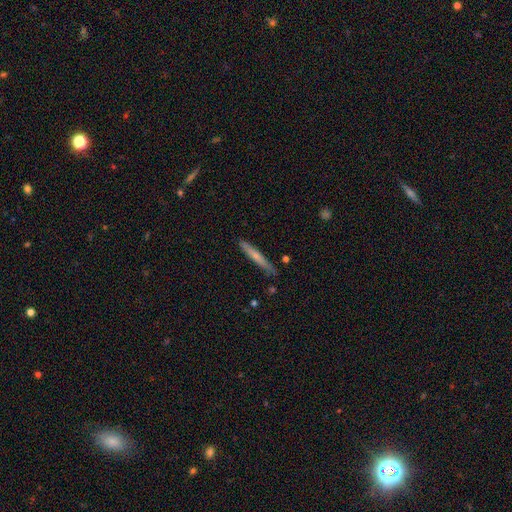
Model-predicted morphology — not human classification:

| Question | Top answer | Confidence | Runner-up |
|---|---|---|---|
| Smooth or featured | smooth | 58% | featured or disk (36%) |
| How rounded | cigar-shaped | 95% | in between (4%) |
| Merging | none | 83% | minor disturbance (13%) |